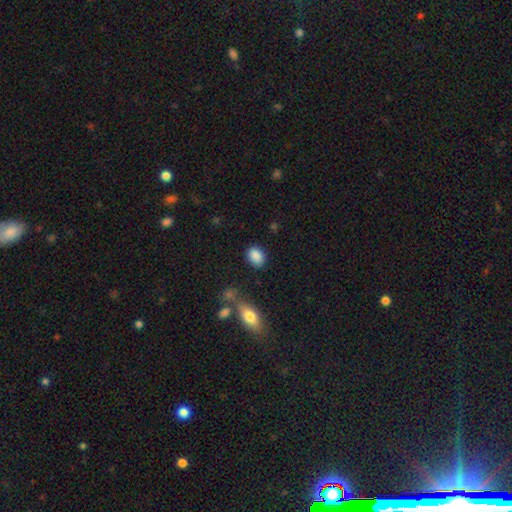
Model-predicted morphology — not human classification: Smooth or featured? Predicted: smooth (p=0.88). How rounded? Predicted: in between (p=0.66). Merging? Predicted: none (p=0.83).